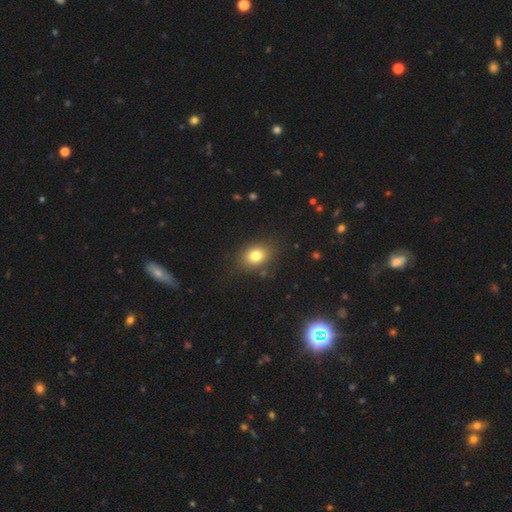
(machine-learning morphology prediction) Overall: smooth (79%). How rounded: in between (59%; round 39%). Merging: none (83%).